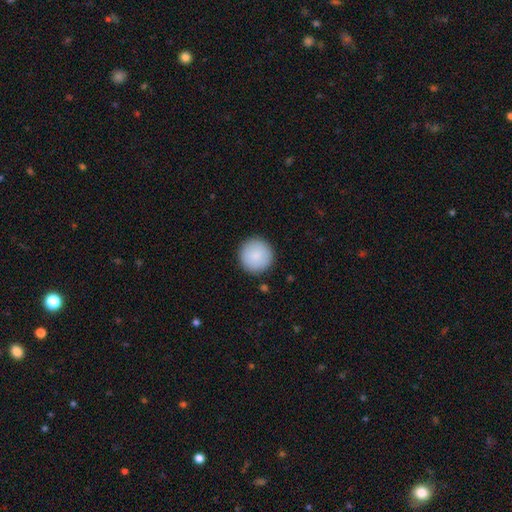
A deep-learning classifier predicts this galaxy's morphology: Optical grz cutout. It shows a smooth galaxy with no disk features (87%) that is round (96%). Merging: none (91%).